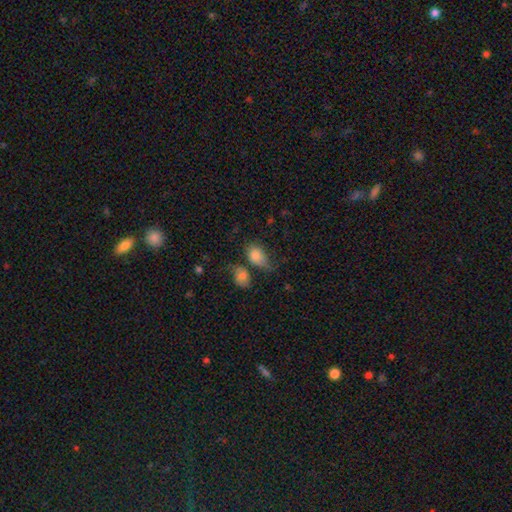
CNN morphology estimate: Smooth or featured? smooth (80%)
How rounded? in between (80%)
Merging? none (36%)